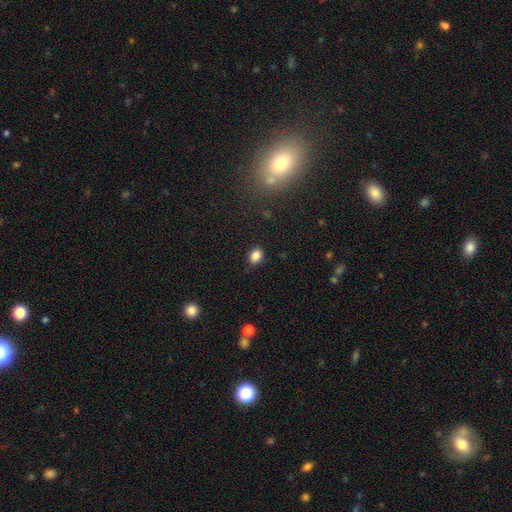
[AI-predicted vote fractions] A smooth galaxy with no disk features (85%) that is in between round and cigar-shaped (64%).

Vote fractions:
- Smooth or featured? smooth: 85% / star or artifact: 10% / featured or disk: 4%
- How rounded? in between: 64% / round: 35% / cigar-shaped: 1%
- Merging? none: 83% / minor disturbance: 13% / major disturbance: 3% / merger: 1%